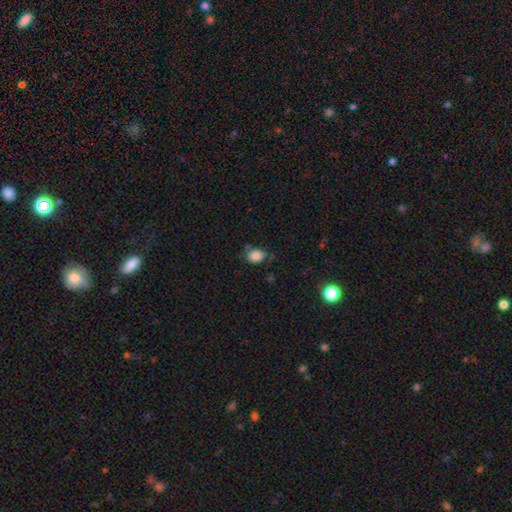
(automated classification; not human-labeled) A smooth galaxy with no disk features (84%) that is in between round and cigar-shaped (66%).

Vote fractions:
- Smooth or featured? smooth: 84% / star or artifact: 10% / featured or disk: 7%
- How rounded? in between: 66% / round: 33% / cigar-shaped: 1%
- Merging? none: 69% / minor disturbance: 21% / major disturbance: 6% / merger: 5%